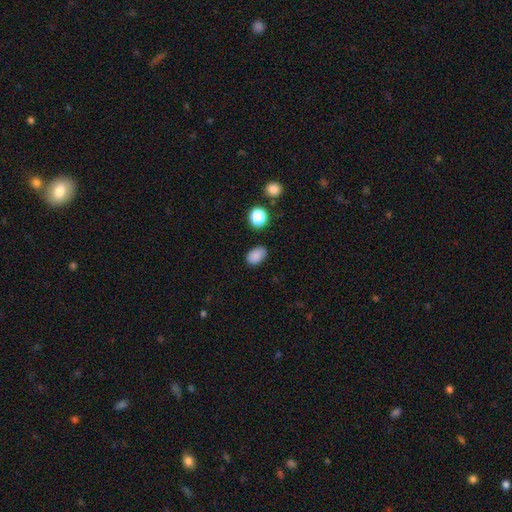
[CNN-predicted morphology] A smooth galaxy with no disk features (86%) that is in between round and cigar-shaped (83%). Merging: none (83%).